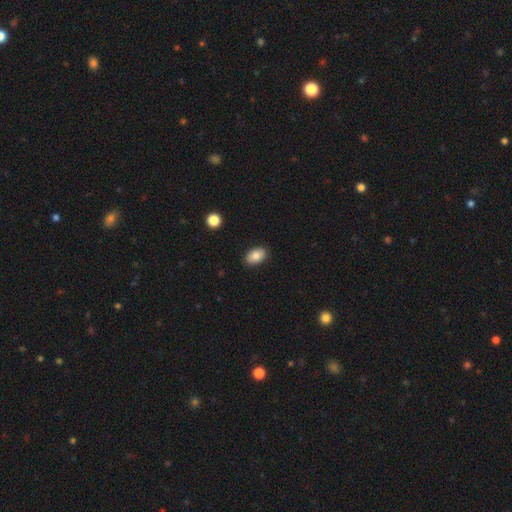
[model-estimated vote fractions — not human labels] Smooth or featured? smooth (84%)
How rounded? in between (89%)
Merging? none (88%)